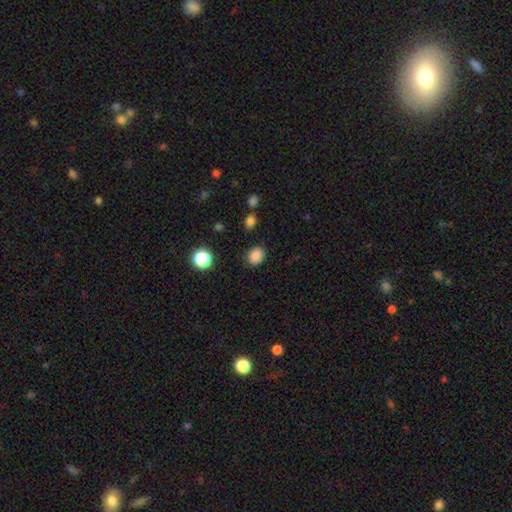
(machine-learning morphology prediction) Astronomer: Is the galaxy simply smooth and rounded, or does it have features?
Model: smooth — 85%.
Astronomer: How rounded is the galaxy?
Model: round — 57% (runner-up: in between, 42%).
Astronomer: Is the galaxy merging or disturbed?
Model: none — 85%.